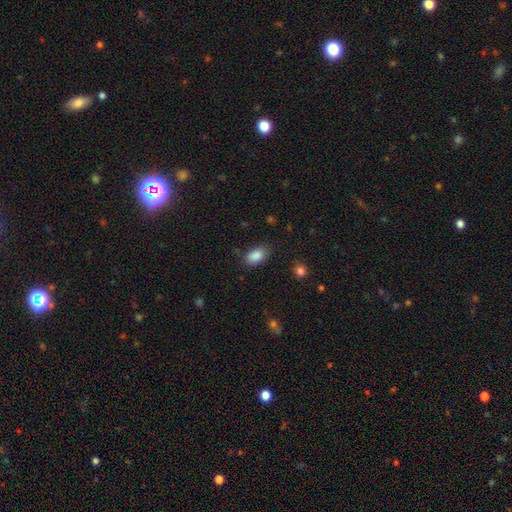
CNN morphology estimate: Smooth or featured? Predicted: smooth (p=0.88). How rounded? Predicted: in between (p=0.92). Merging? Predicted: none (p=0.78).